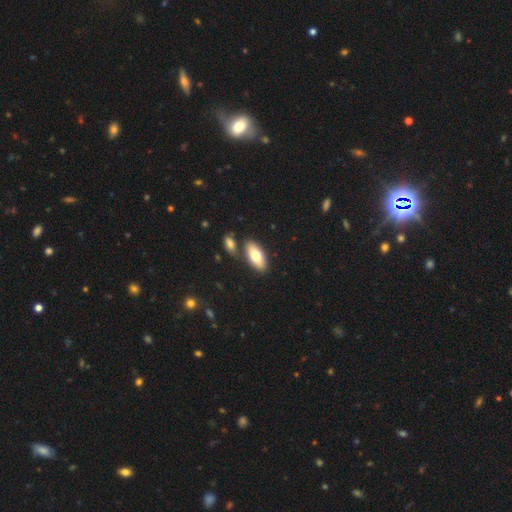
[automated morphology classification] smooth 74%, featured or disk 20%, star or artifact 6%. Down the decision tree: how rounded — in between (88%); merging — none (76%).